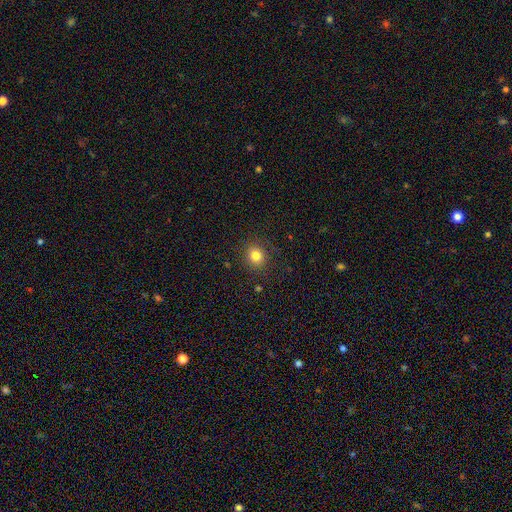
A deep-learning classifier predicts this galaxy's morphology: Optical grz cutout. It shows a smooth galaxy with no disk features (81%) that is round (81%). Merging: none (89%).